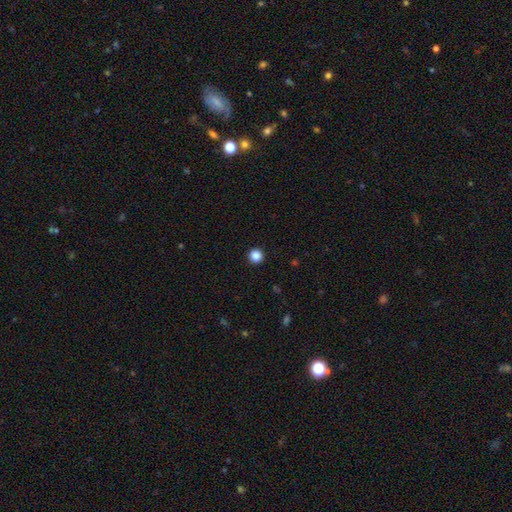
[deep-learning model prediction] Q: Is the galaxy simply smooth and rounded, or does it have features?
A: smooth — 87%.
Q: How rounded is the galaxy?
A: round — 96%.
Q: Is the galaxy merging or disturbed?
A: none — 94%.